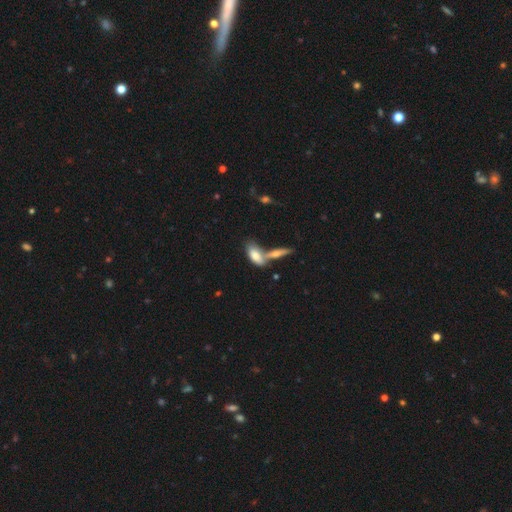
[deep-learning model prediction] smooth_or_featured: smooth (p=0.71) [alt: featured or disk p=0.22]
how_rounded: in between (p=0.80) [alt: cigar-shaped p=0.18]
merging: merger (p=0.49) [alt: none p=0.36]